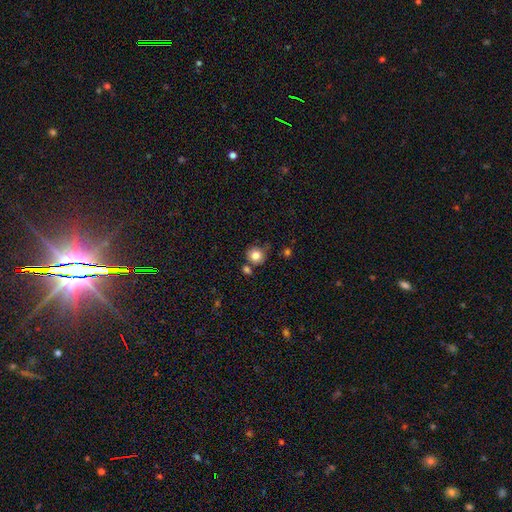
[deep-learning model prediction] This appears to be a smooth galaxy with no disk features (82%) that is round (89%). Merging: none (68%).